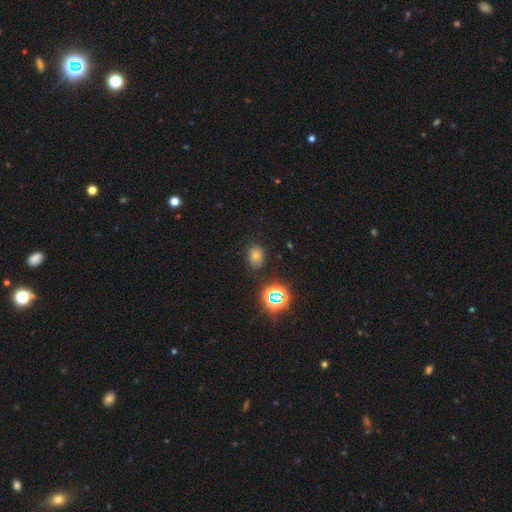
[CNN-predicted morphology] type=smooth (64%); roundness=in between (64%); merging=none (82%).